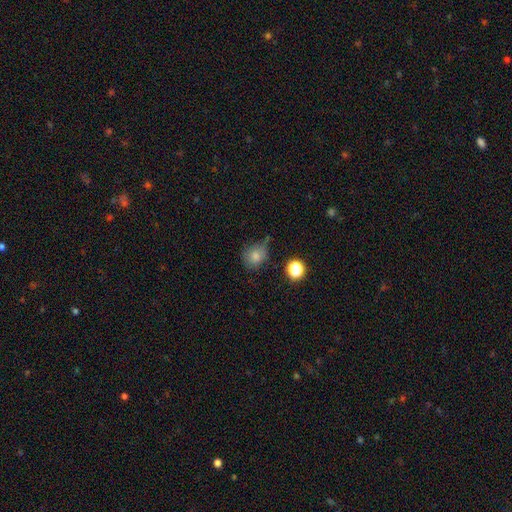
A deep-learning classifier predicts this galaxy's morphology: This appears to be a smooth galaxy with no disk features (78%) that is round (71%). Merging: none (53%).